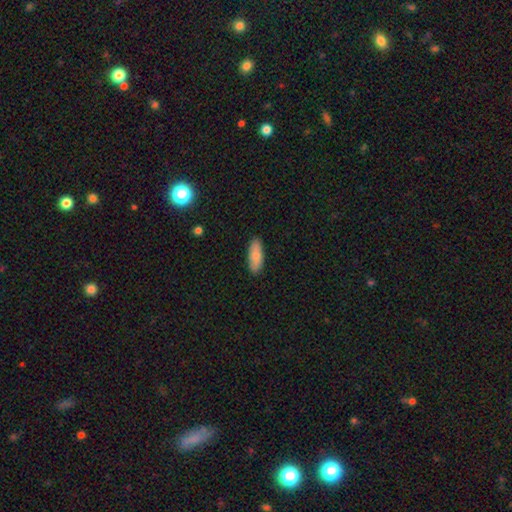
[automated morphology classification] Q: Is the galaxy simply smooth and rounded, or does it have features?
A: smooth — 83%.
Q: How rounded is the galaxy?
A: in between — 76%.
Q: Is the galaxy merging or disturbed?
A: none — 89%.